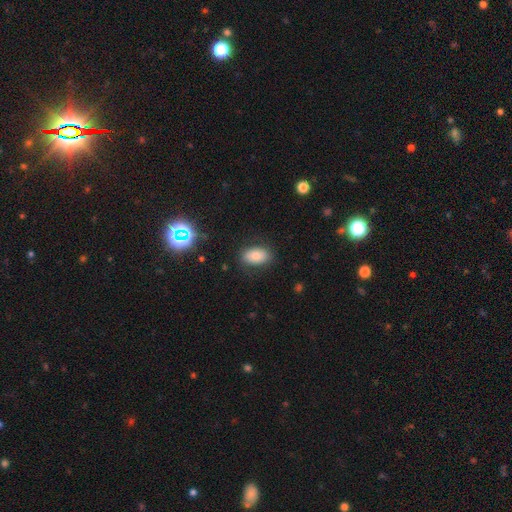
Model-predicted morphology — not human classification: The model was most divided on "smooth or featured": smooth: 77%, featured or disk: 12%, star or artifact: 12%. More confident: how rounded — in between (90%); merging — none (83%).